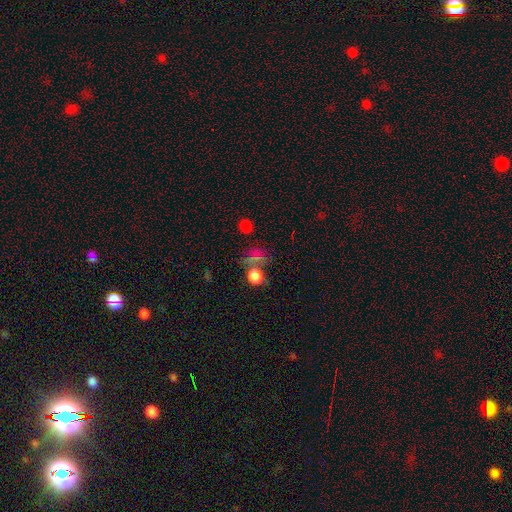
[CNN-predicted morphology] smooth-or-featured: smooth: 59% | star or artifact: 32% | featured or disk: 9%
  how-rounded: round: 68% | in between: 29% | cigar-shaped: 2%
  merging: none: 60% | merger: 16% | minor disturbance: 14% | major disturbance: 11%